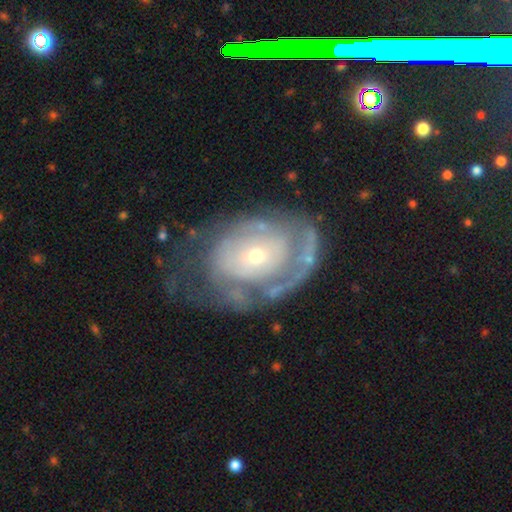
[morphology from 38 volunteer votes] type=featured or disk (87%); edge-on=no (91%); bar=no (83%); spiral arms=no (53%); bulge=small (77%); merging=none (54%).